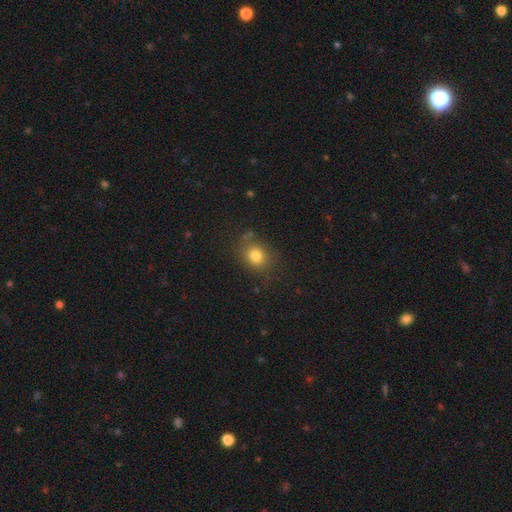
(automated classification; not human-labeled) Smooth or featured: smooth — 79% (star or artifact — 13%)
How rounded: round — 62% (in between — 37%)
Merging: none — 77% (minor disturbance — 15%)